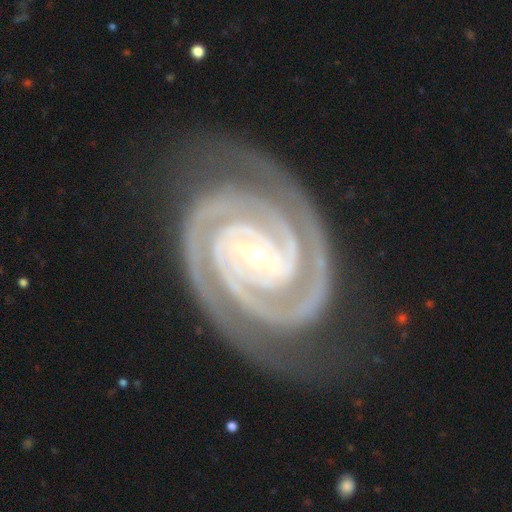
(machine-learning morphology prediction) Smooth or featured?
  - featured or disk: 94% *
  - star or artifact: 4%
  - smooth: 2%
Edge-on disk?
  - no: 98% *
  - yes: 2%
Bar?
  - strong: 38% *
  - no: 32%
  - weak: 30%
Spiral arms?
  - yes: 99% *
  - no: 1%
Spiral winding?
  - tight: 86% *
  - medium: 12%
  - loose: 1%
Spiral arm count?
  - 2: 86% *
  - 3: 6%
  - can't tell: 2%
  - 4: 2%
  - 1: 2%
  - more than 4: 2%
Bulge size?
  - small: 77% *
  - moderate: 20%
  - large: 1%
  - none: 1%
  - dominant: 1%
Merging?
  - none: 79% *
  - minor disturbance: 15%
  - major disturbance: 4%
  - merger: 1%